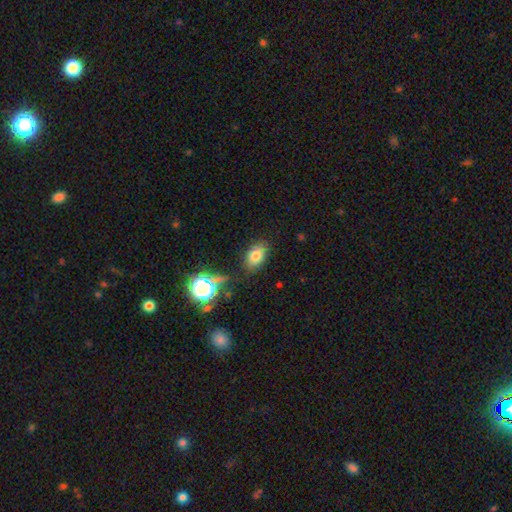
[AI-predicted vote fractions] This is likely a smooth galaxy (76%). How rounded: clearly in between (83%). Merging: likely none (77%).